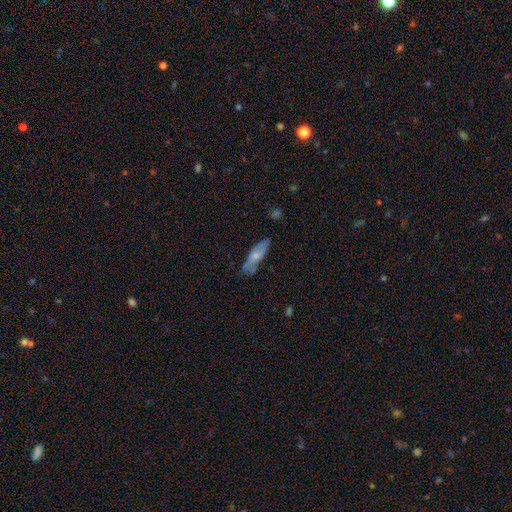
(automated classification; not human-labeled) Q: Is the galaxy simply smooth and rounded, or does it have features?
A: smooth — 60%.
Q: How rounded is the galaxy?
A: cigar-shaped — 52%.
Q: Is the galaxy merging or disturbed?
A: none — 68%.